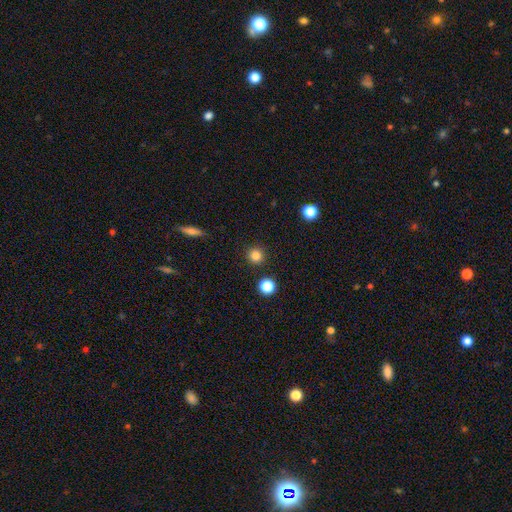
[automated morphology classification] A smooth galaxy with no disk features (84%) that is round (94%). Merging: none (91%).